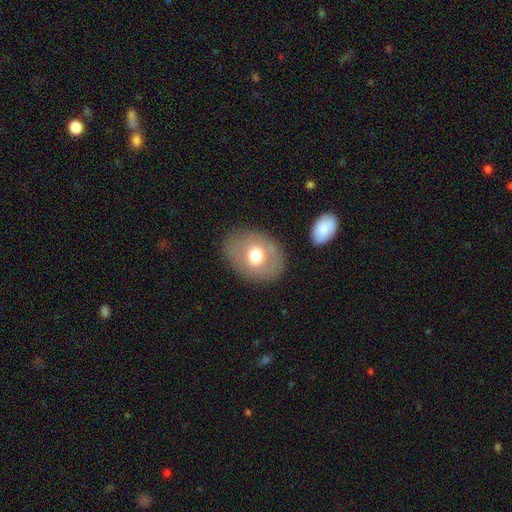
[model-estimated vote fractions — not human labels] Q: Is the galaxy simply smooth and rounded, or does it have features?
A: smooth — 63%.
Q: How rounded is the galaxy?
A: in between — 59%.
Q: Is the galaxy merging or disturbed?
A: none — 81%.